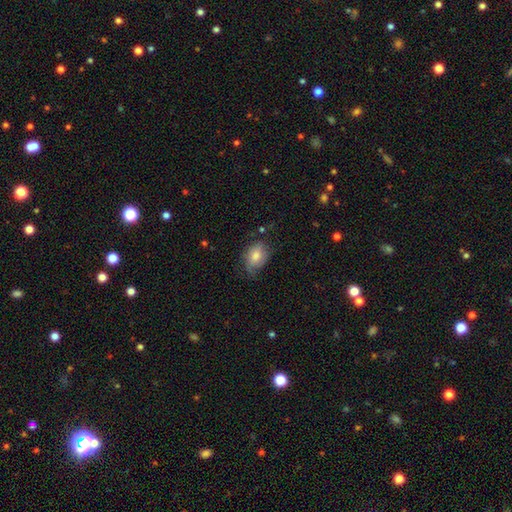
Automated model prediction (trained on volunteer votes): smooth 71%, featured or disk 20%, star or artifact 8%. Down the decision tree: how rounded — in between (77%); merging — none (59%).